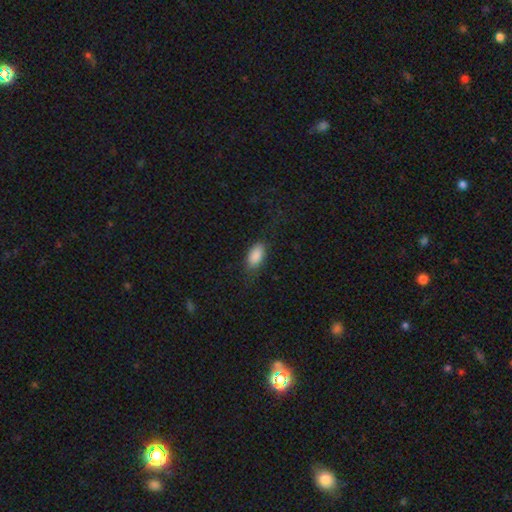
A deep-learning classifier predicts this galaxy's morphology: Smooth or featured: smooth — 87% (star or artifact — 7%)
How rounded: in between — 91% (cigar-shaped — 5%)
Merging: none — 72% (minor disturbance — 19%)